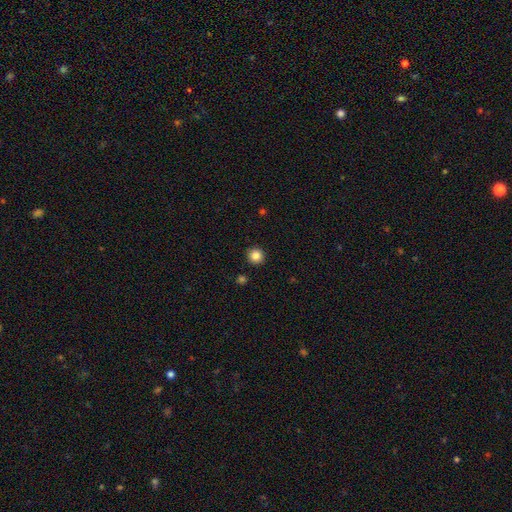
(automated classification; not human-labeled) smooth 85%, star or artifact 10%, featured or disk 5%. Down the decision tree: how rounded — round (94%); merging — none (93%).